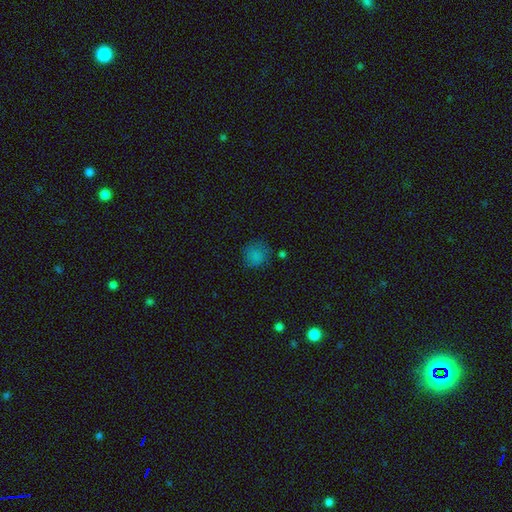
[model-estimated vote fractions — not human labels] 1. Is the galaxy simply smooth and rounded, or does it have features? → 79% smooth, 15% star or artifact, 5% featured or disk.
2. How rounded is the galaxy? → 86% round, 13% in between, 1% cigar-shaped.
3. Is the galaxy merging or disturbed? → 74% none, 18% minor disturbance, 5% major disturbance, 3% merger.